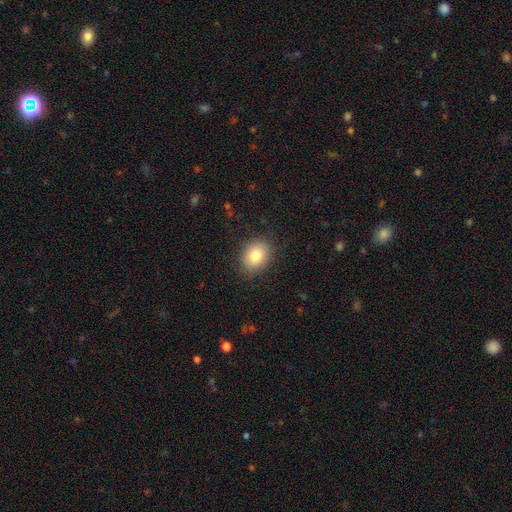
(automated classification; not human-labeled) Smooth or featured: smooth — 81% (star or artifact — 10%)
How rounded: in between — 51% (round — 48%)
Merging: none — 86% (minor disturbance — 10%)